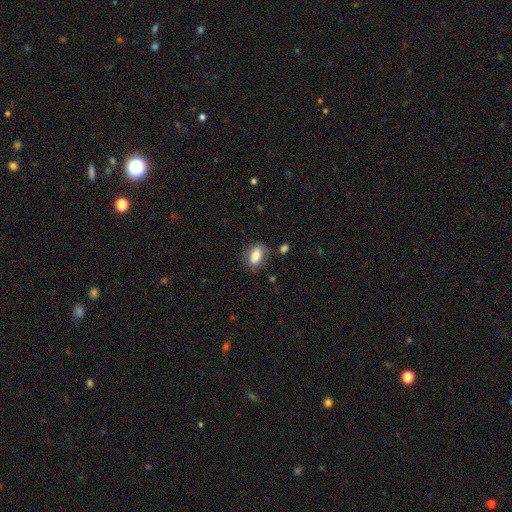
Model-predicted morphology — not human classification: smooth_or_featured: smooth (p=0.77) [alt: featured or disk p=0.15]
how_rounded: in between (p=0.87) [alt: round p=0.09]
merging: none (p=0.75) [alt: minor disturbance p=0.16]